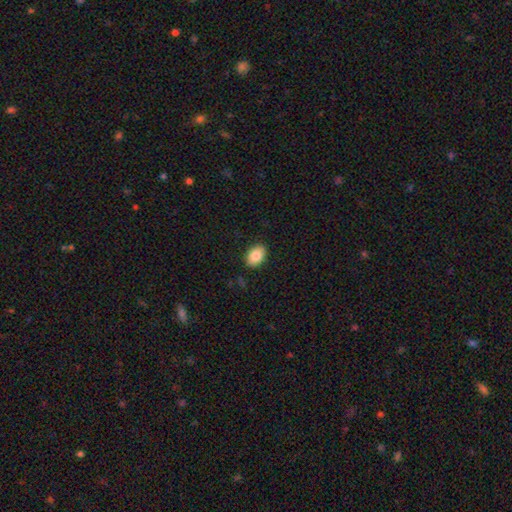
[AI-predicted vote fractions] Q: Smooth or featured?
A: smooth (85%); runner-up: featured or disk (7%)
Q: How rounded?
A: in between (87%); runner-up: round (12%)
Q: Merging?
A: none (89%); runner-up: minor disturbance (8%)